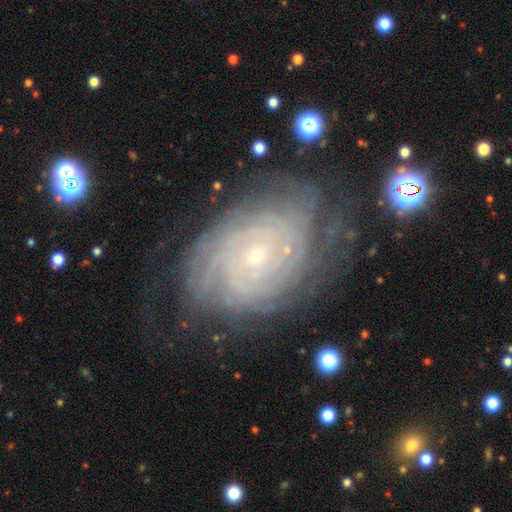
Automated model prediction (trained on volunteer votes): Morphology: type=featured or disk (84%); edge-on=no (97%); bar=no (75%); spiral arms=yes (96%); winding=tight (84%); arm count=can't tell (40%); bulge=small (82%); merging=none (71%).